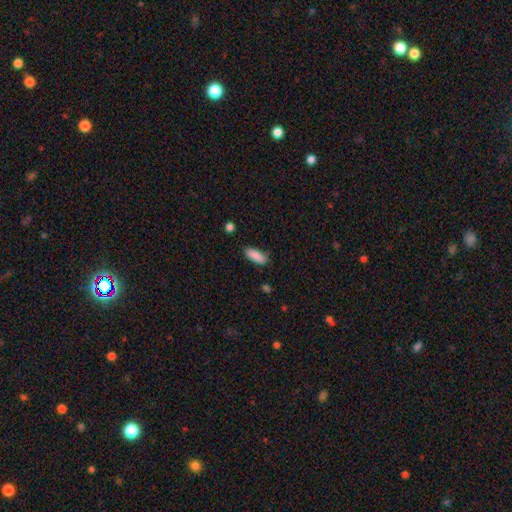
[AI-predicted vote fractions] smooth_or_featured: smooth (p=0.89) [alt: star or artifact p=0.07]
how_rounded: in between (p=0.71) [alt: cigar-shaped p=0.28]
merging: none (p=0.84) [alt: minor disturbance p=0.12]